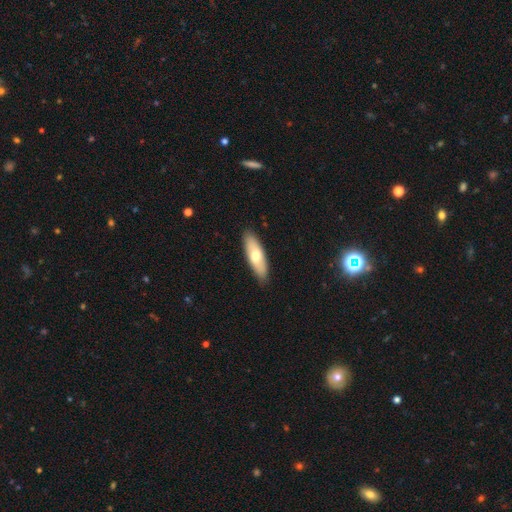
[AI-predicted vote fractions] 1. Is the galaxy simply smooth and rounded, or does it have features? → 66% smooth, 29% featured or disk, 5% star or artifact.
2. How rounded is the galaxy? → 58% in between, 40% cigar-shaped, 2% round.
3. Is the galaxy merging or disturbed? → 87% none, 10% minor disturbance, 2% major disturbance, 1% merger.